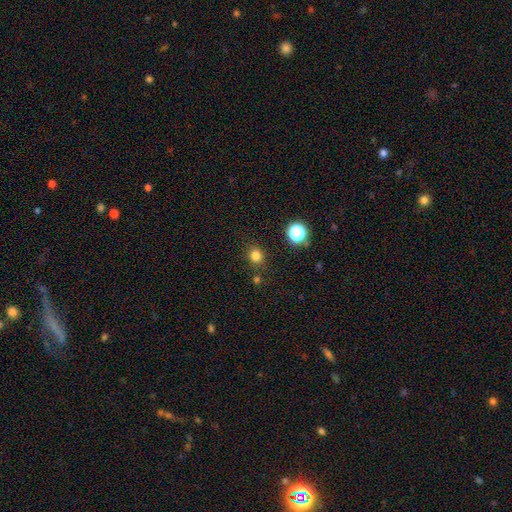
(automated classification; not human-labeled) Q: Smooth or featured?
A: smooth (80%); runner-up: star or artifact (15%)
Q: How rounded?
A: round (79%); runner-up: in between (20%)
Q: Merging?
A: none (84%); runner-up: minor disturbance (9%)